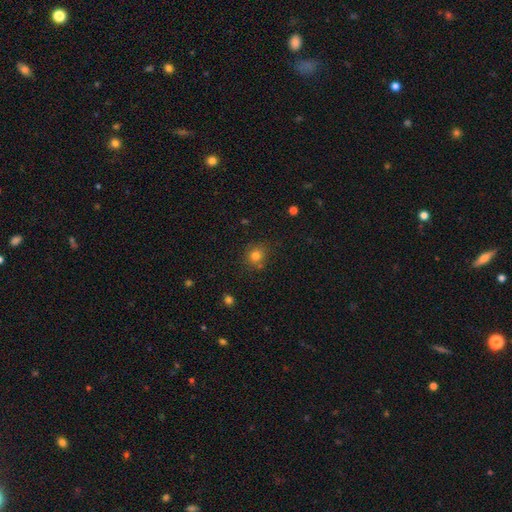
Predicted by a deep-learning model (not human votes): This is likely a smooth galaxy (79%). How rounded: clearly round (84%). Merging: likely none (77%).